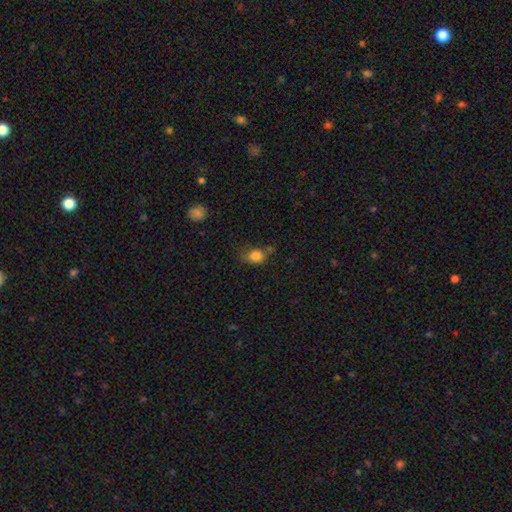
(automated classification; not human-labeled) This is clearly a smooth galaxy (82%). How rounded: possibly in between (50%). Merging: possibly none (49%).